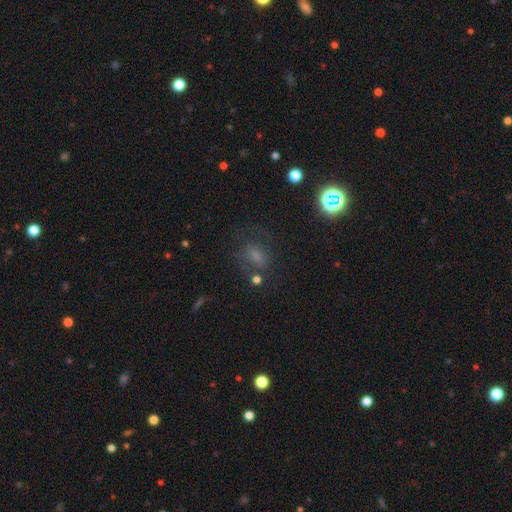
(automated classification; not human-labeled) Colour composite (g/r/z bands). It shows a smooth galaxy with no disk features (39%). Merging: none (64%).